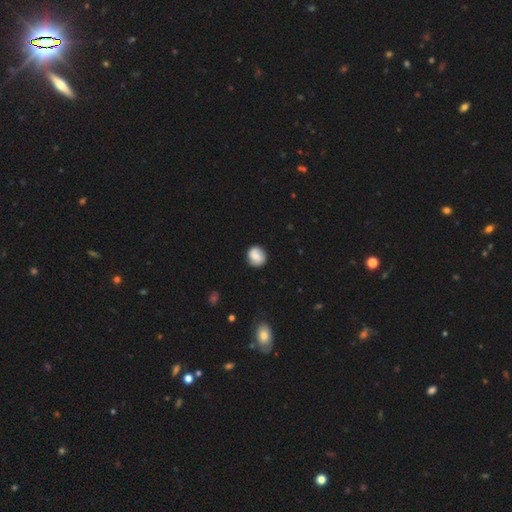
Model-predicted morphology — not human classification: type=smooth (70%); roundness=round (82%); merging=none (84%).